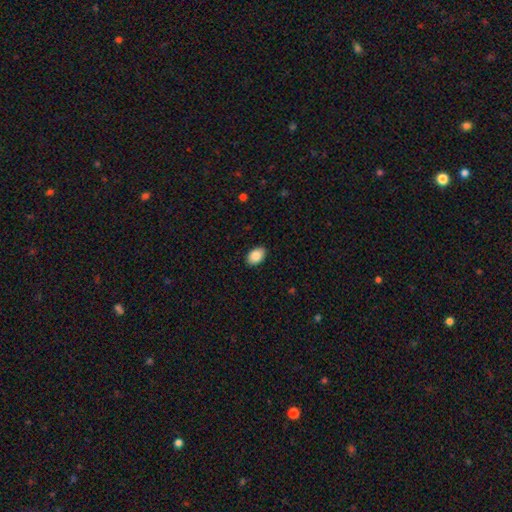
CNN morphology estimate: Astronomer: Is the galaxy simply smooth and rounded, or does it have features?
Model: smooth — 87%.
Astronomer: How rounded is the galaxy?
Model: in between — 90%.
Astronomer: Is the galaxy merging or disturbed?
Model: none — 90%.